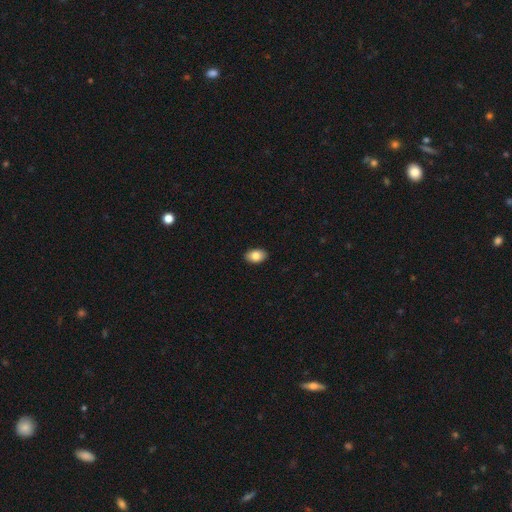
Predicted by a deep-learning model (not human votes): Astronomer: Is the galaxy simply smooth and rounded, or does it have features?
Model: smooth — 85%.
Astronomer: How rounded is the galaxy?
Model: in between — 89%.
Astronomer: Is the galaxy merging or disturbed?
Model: none — 90%.